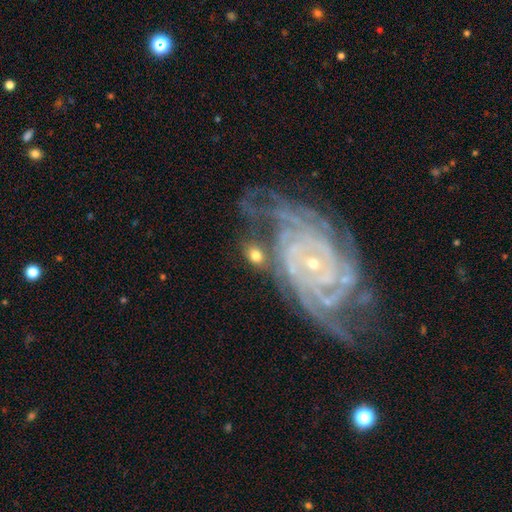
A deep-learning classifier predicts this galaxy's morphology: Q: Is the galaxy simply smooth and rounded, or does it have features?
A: smooth — 57%.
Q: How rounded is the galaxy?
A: in between — 57%.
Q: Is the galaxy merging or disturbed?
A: none — 67%.